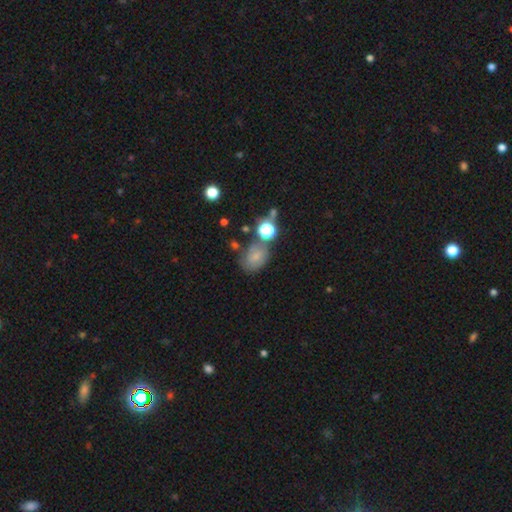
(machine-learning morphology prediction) This appears to be a smooth galaxy with no disk features (65%) that is in between round and cigar-shaped (63%). Merging: none (57%).